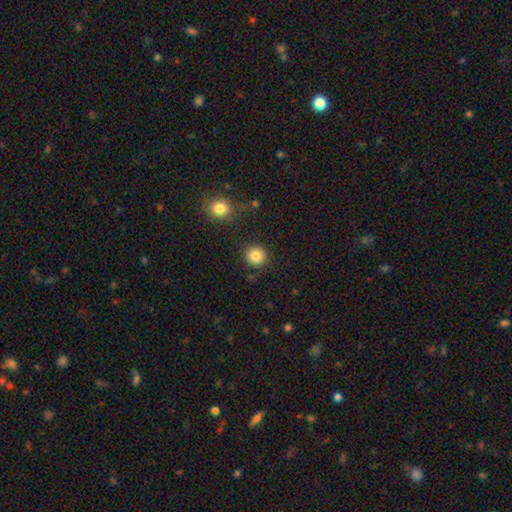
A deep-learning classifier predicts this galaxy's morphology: Overall: smooth (85%). How rounded: round (93%). Merging: none (89%).